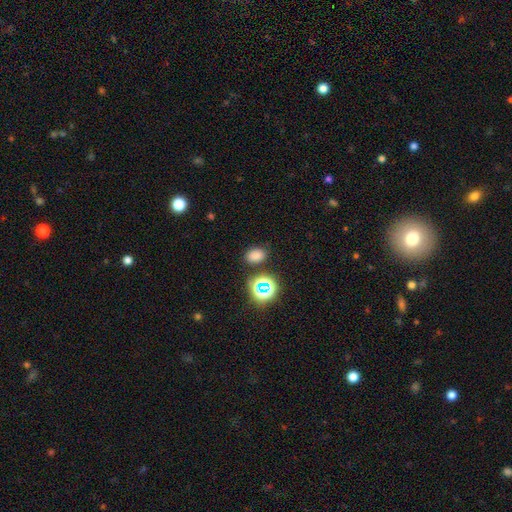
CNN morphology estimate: type=smooth (74%); roundness=in between (71%); merging=none (81%).